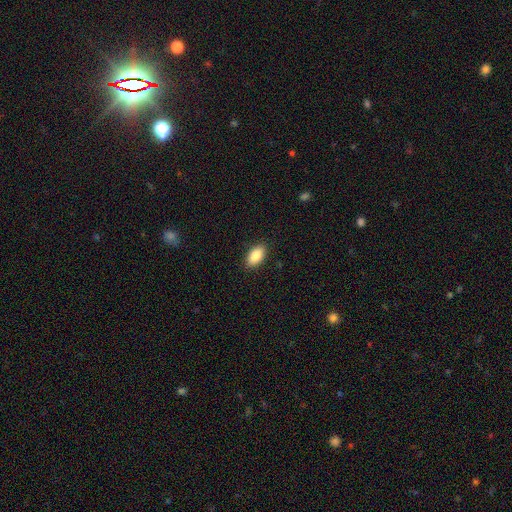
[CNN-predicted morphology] Smooth or featured? smooth (87%)
How rounded? in between (93%)
Merging? none (89%)